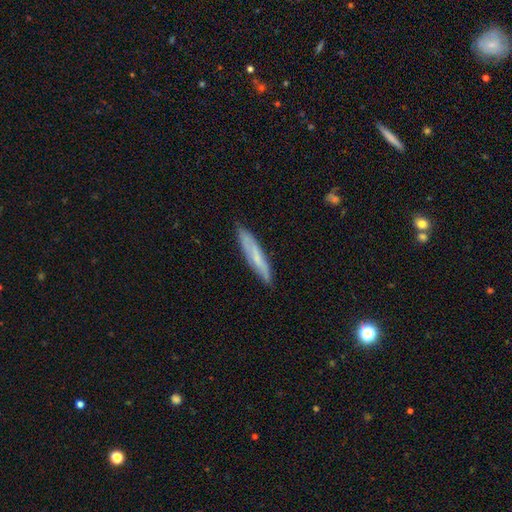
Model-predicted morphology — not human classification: A smooth galaxy with no disk features (57%) that is cigar-shaped (88%).

Vote fractions:
- Smooth or featured? smooth: 57% / featured or disk: 37% / star or artifact: 7%
- How rounded? cigar-shaped: 88% / in between: 10% / round: 1%
- Merging? none: 84% / minor disturbance: 13% / major disturbance: 2% / merger: 1%